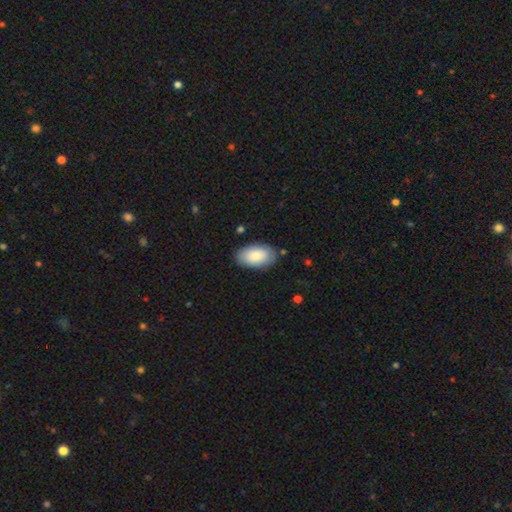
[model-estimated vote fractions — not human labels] The model was most divided on "merging": none: 83%, minor disturbance: 12%, major disturbance: 3%, merger: 2%. More confident: how rounded — in between (95%); smooth or featured — smooth (85%).